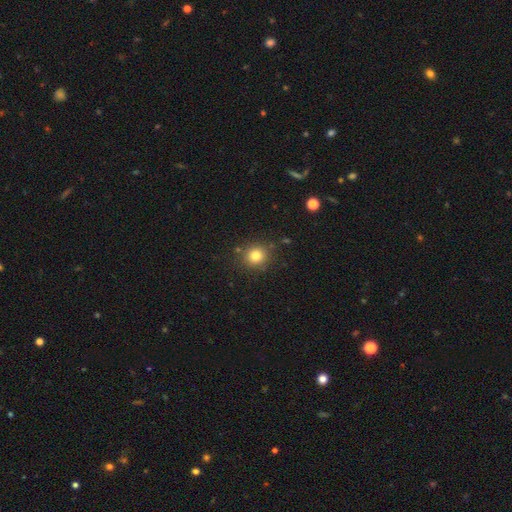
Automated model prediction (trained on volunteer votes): A smooth galaxy with no disk features (80%) that is round (87%).

Vote fractions:
- Smooth or featured? smooth: 80% / star or artifact: 13% / featured or disk: 7%
- How rounded? round: 87% / in between: 12% / cigar-shaped: 1%
- Merging? none: 85% / minor disturbance: 9% / merger: 3% / major disturbance: 3%